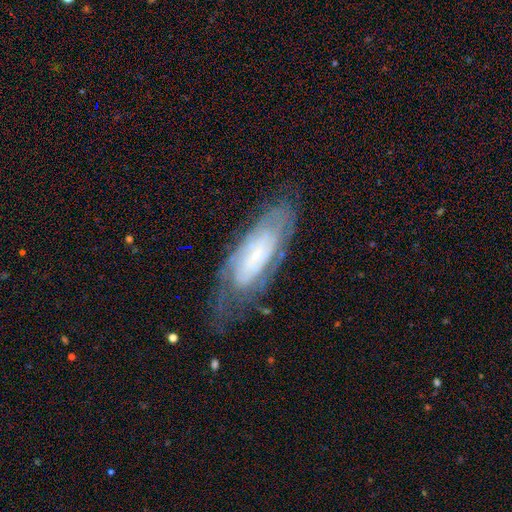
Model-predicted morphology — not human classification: featured or disk 69%, smooth 23%, star or artifact 8%. Down the decision tree: edge-on disk — no (85%); bar — no (67%); spiral arms — yes (82%); bulge size — small (72%); merging — none (60%).